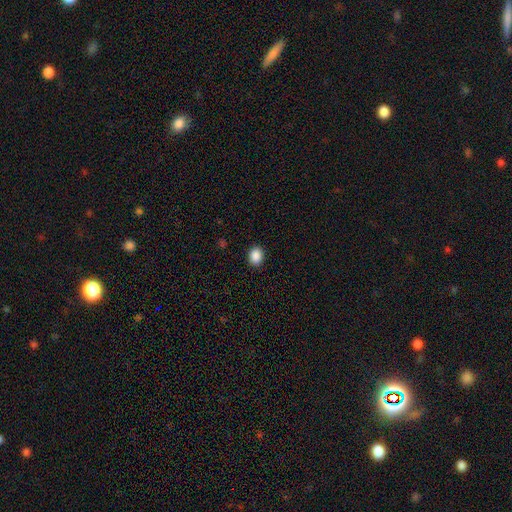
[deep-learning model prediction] Morphology: type=smooth (88%); roundness=in between (50%, tied with round); merging=none (91%).